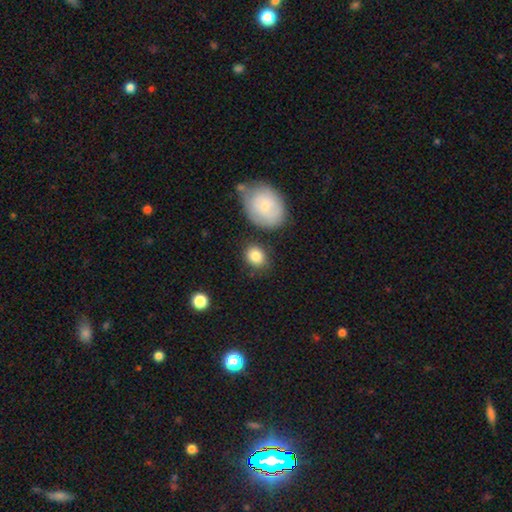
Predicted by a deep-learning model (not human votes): Smooth or featured? Predicted: smooth (p=0.85). How rounded? Predicted: round (p=0.53). Merging? Predicted: none (p=0.75).